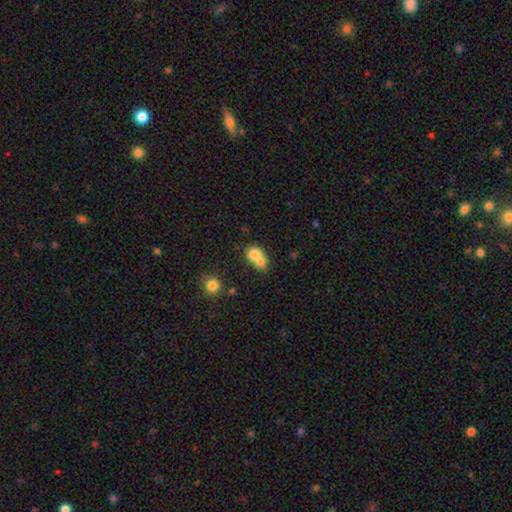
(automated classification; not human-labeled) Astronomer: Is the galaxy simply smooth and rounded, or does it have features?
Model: smooth — 73%.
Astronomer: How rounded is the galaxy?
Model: round — 57% (runner-up: in between, 41%).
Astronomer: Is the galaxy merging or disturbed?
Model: merger — 67%.